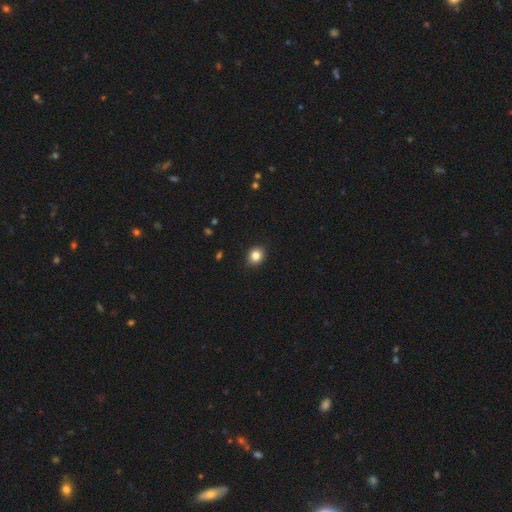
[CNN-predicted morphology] smooth 85%, star or artifact 10%, featured or disk 5%. Down the decision tree: how rounded — round (66%); merging — none (90%).